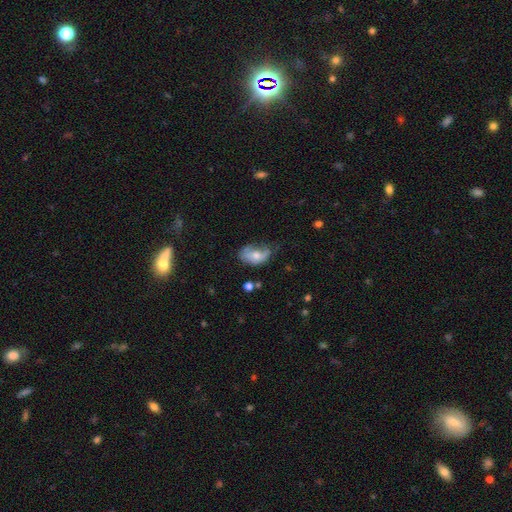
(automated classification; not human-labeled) smooth-or-featured: smooth: 50% | featured or disk: 41% | star or artifact: 9%
  how-rounded: in between: 87% | round: 11% | cigar-shaped: 2%
  merging: minor disturbance: 36% | none: 33% | major disturbance: 26% | merger: 5%